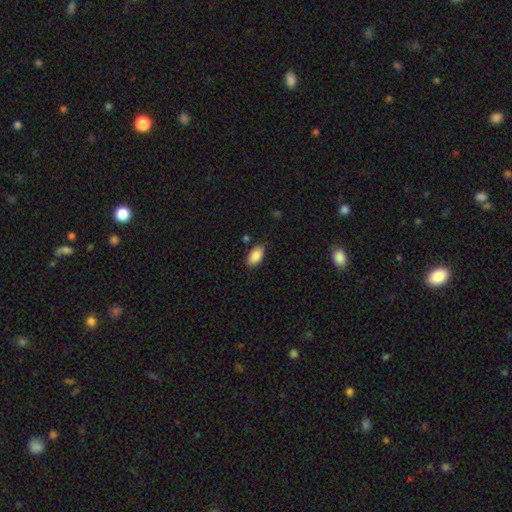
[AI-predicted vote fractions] smooth_or_featured: smooth (p=0.88) [alt: star or artifact p=0.07]
how_rounded: in between (p=0.93) [alt: round p=0.05]
merging: none (p=0.80) [alt: minor disturbance p=0.16]